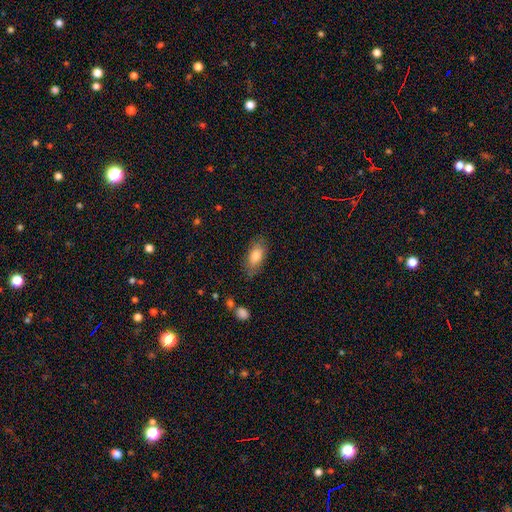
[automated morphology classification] This appears to be a smooth galaxy with no disk features (79%) that is in between round and cigar-shaped (87%). Merging: none (78%).